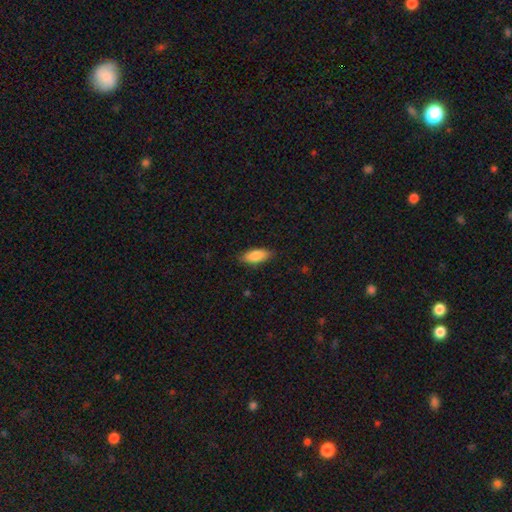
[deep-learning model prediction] Morphology: type=smooth (85%); roundness=in between (82%); merging=none (86%).